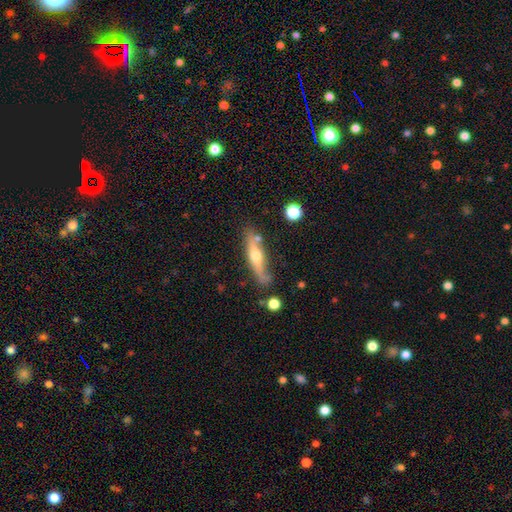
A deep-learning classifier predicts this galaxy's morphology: Smooth or featured? featured or disk (59%)
Edge-on disk? yes (84%)
Merging? none (68%)